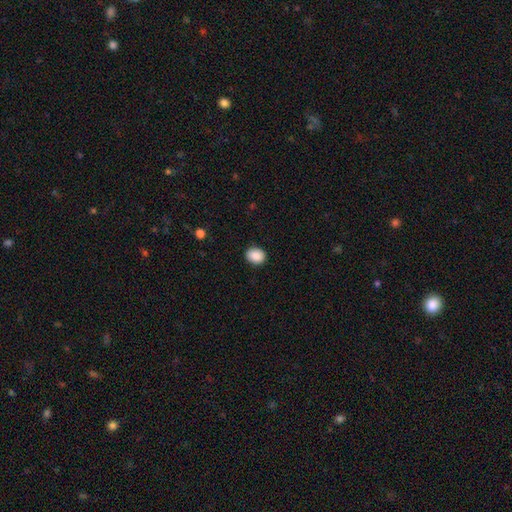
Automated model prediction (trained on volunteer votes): Morphology: type=smooth (89%); roundness=round (53%); merging=none (90%).